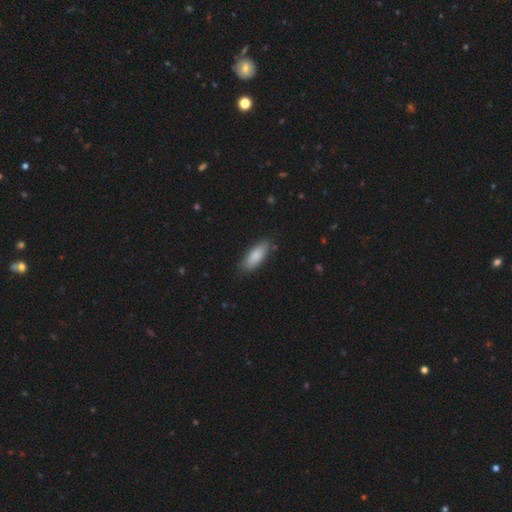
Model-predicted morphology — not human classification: smooth_or_featured: smooth (p=0.85) [alt: featured or disk p=0.09]
how_rounded: in between (p=0.69) [alt: cigar-shaped p=0.29]
merging: none (p=0.82) [alt: minor disturbance p=0.14]